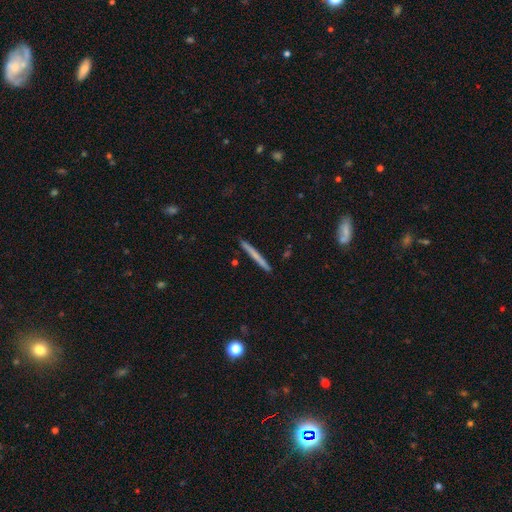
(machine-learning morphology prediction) The model was most divided on "smooth or featured": smooth: 56%, featured or disk: 38%, star or artifact: 6%. More confident: how rounded — cigar-shaped (97%); merging — none (91%).